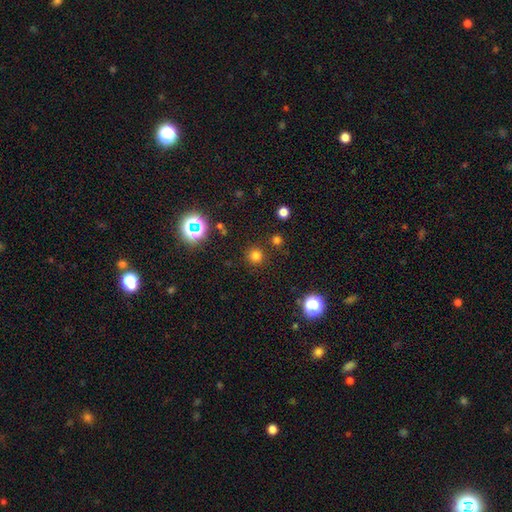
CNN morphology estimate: Smooth or featured? Predicted: smooth (p=0.73). How rounded? Predicted: round (p=0.95). Merging? Predicted: none (p=0.88).